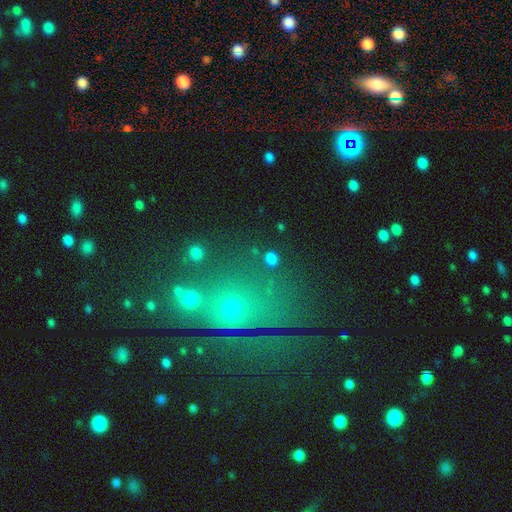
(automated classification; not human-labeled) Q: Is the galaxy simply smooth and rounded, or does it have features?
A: star or artifact — 47%.